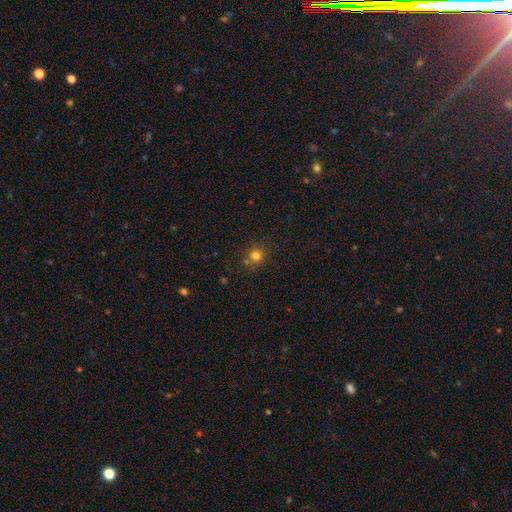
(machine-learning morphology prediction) smooth 78%, star or artifact 16%, featured or disk 6%. Down the decision tree: how rounded — round (90%); merging — none (75%).